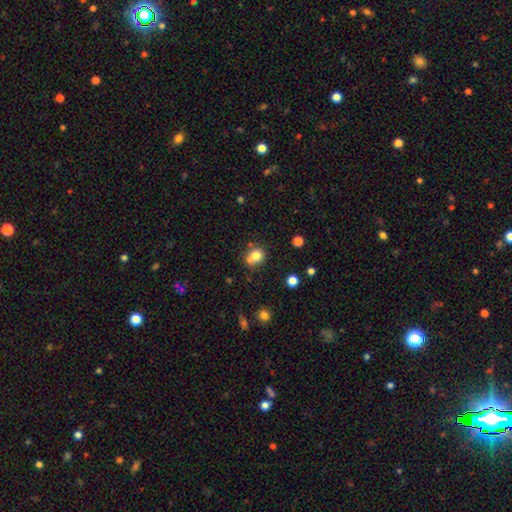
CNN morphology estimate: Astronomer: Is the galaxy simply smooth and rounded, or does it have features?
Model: smooth — 79%.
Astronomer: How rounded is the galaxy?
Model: round — 68%.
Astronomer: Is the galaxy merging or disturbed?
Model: none — 57%.